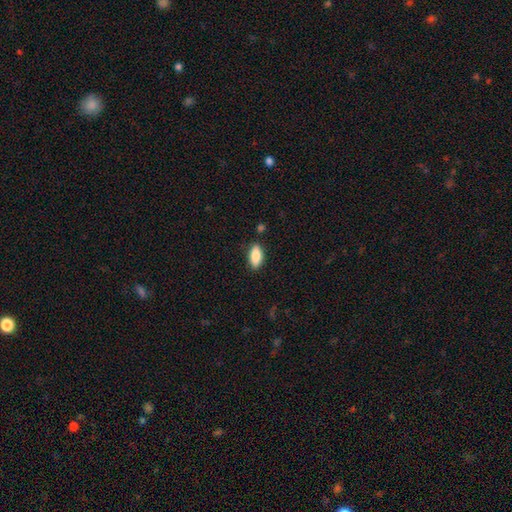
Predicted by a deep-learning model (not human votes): Smooth or featured?
  - smooth: 85% *
  - featured or disk: 9%
  - star or artifact: 7%
How rounded?
  - in between: 87% *
  - cigar-shaped: 11%
  - round: 3%
Merging?
  - none: 85% *
  - minor disturbance: 11%
  - major disturbance: 2%
  - merger: 2%